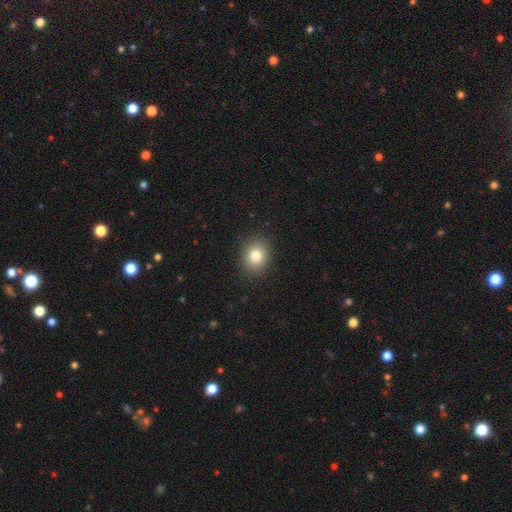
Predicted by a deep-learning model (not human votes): smooth-or-featured: smooth: 80% | star or artifact: 11% | featured or disk: 8%
  how-rounded: round: 53% | in between: 46% | cigar-shaped: 1%
  merging: none: 89% | minor disturbance: 8% | major disturbance: 2% | merger: 1%